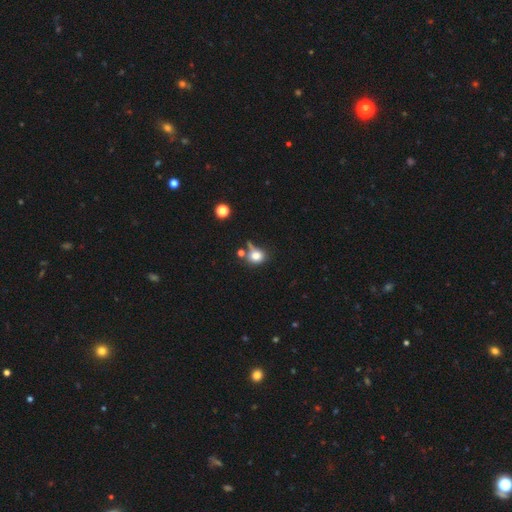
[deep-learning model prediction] Q: Smooth or featured?
A: smooth (79%); runner-up: star or artifact (12%)
Q: How rounded?
A: round (66%); runner-up: in between (32%)
Q: Merging?
A: none (50%); runner-up: minor disturbance (21%)